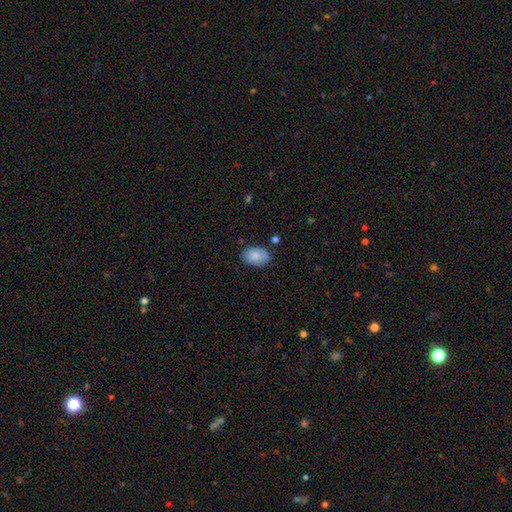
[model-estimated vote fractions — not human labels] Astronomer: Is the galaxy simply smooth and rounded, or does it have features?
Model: smooth — 85%.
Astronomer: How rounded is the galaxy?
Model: in between — 85%.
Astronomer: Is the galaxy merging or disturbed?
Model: none — 80%.